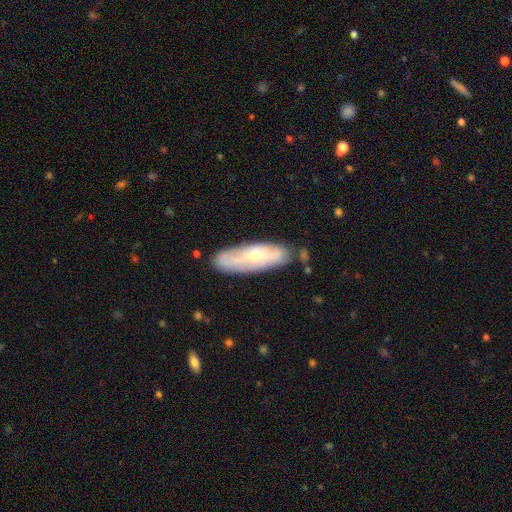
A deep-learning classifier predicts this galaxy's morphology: This is possibly a featured or disk galaxy (50%). It is likely not viewed edge-on (69%). Merging: likely none (74%).